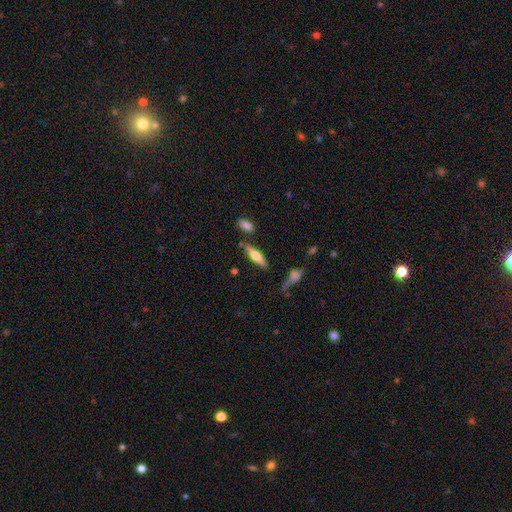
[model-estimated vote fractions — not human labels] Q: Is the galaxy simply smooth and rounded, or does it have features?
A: featured or disk — 55%.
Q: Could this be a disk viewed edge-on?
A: yes — 94%.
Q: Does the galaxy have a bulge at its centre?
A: rounded — 90%.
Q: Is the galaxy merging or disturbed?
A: none — 77%.